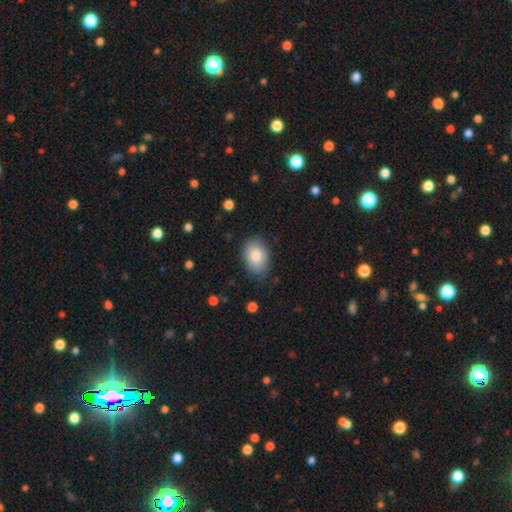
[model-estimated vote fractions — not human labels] Smooth or featured: smooth — 84% (featured or disk — 9%)
How rounded: in between — 81% (round — 18%)
Merging: none — 79% (minor disturbance — 16%)